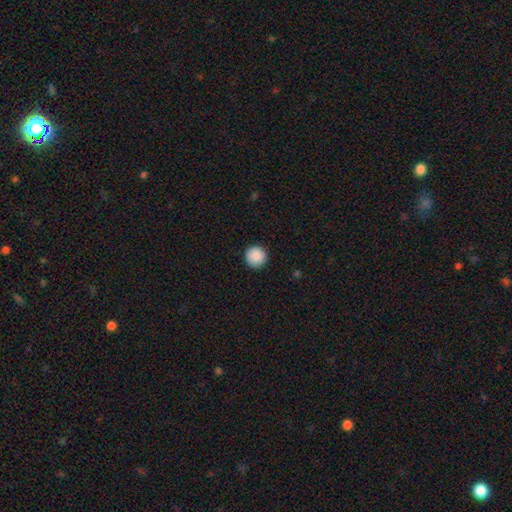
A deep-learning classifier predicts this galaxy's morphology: Smooth or featured? Predicted: smooth (p=0.88). How rounded? Predicted: round (p=0.96). Merging? Predicted: none (p=0.91).